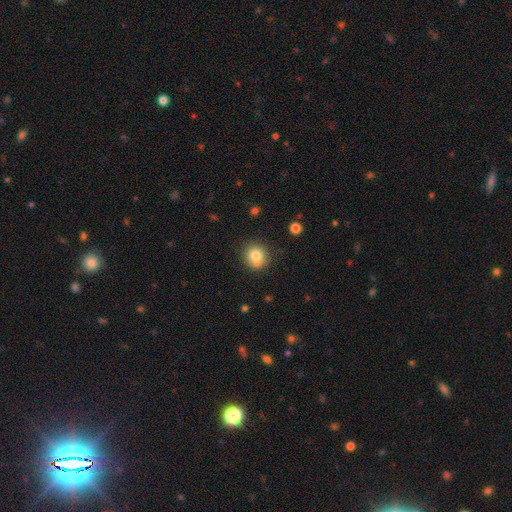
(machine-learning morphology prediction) Smooth or featured?
  - smooth: 80% *
  - star or artifact: 11%
  - featured or disk: 9%
How rounded?
  - round: 84% *
  - in between: 15%
  - cigar-shaped: 1%
Merging?
  - none: 74% *
  - minor disturbance: 17%
  - merger: 5%
  - major disturbance: 4%